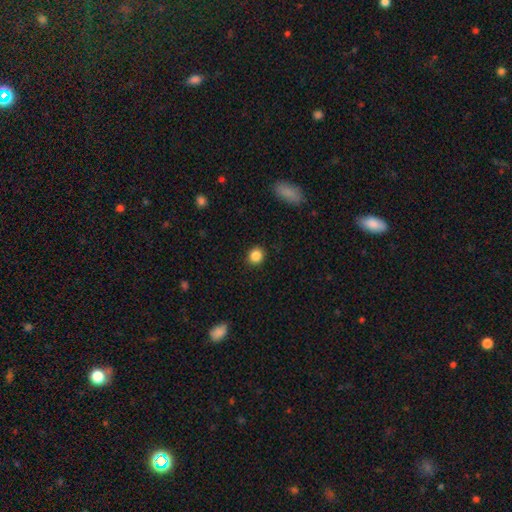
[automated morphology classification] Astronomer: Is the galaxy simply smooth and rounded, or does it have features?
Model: smooth — 86%.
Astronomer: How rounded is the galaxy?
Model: round — 83%.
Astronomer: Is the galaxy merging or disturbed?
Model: none — 91%.